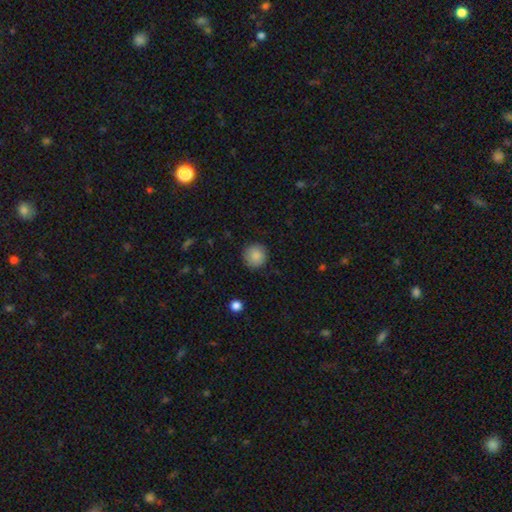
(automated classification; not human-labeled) A smooth galaxy with no disk features (87%) that is round (94%). Merging: none (88%).